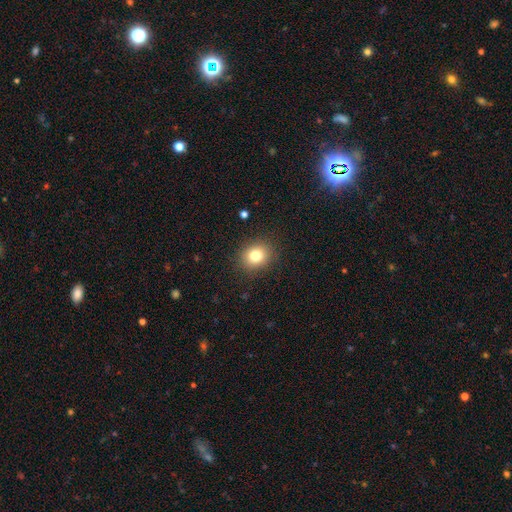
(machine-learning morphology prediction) A smooth galaxy with no disk features (80%) that is round (65%).

Vote fractions:
- Smooth or featured? smooth: 80% / star or artifact: 12% / featured or disk: 8%
- How rounded? round: 65% / in between: 34% / cigar-shaped: 1%
- Merging? none: 89% / minor disturbance: 8% / major disturbance: 3% / merger: 1%